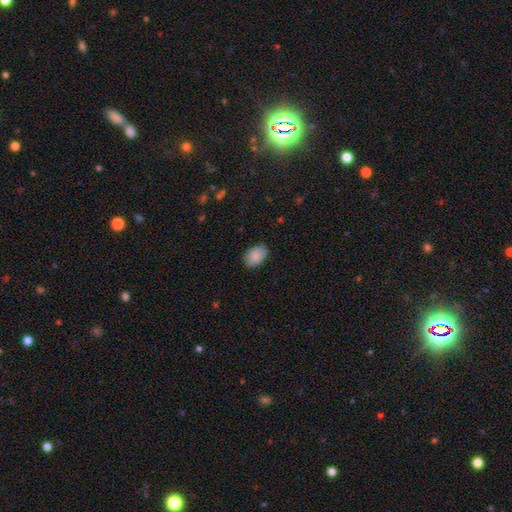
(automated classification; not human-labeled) This is clearly a smooth galaxy (87%). How rounded: clearly in between (88%). Merging: clearly none (85%).